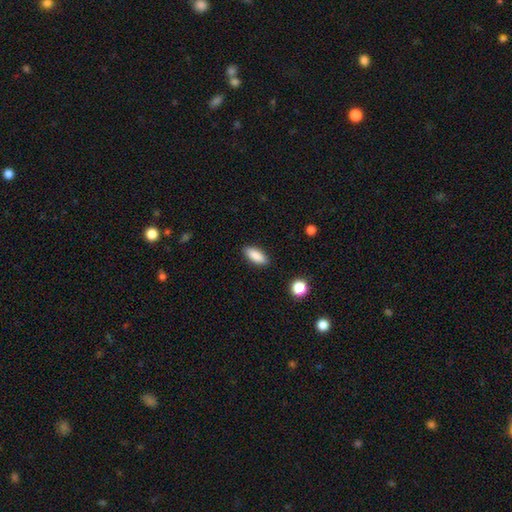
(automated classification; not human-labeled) Smooth or featured: smooth — 88% (star or artifact — 7%)
How rounded: in between — 79% (cigar-shaped — 18%)
Merging: none — 89% (minor disturbance — 8%)